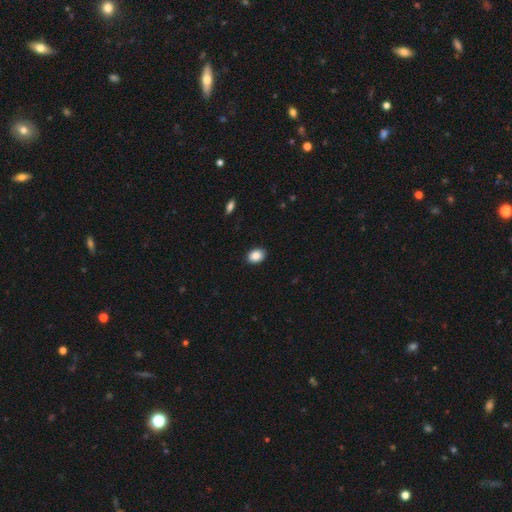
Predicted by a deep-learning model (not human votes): Smooth or featured?
  - smooth: 88% *
  - star or artifact: 8%
  - featured or disk: 4%
How rounded?
  - in between: 71% *
  - round: 28%
  - cigar-shaped: 1%
Merging?
  - none: 89% *
  - minor disturbance: 8%
  - major disturbance: 2%
  - merger: 1%